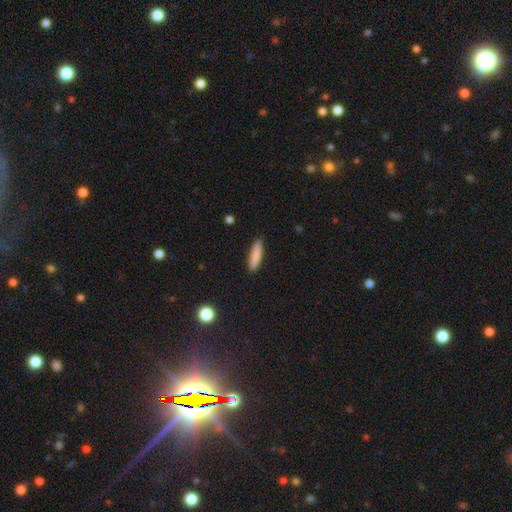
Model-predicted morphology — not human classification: Q: Smooth or featured?
A: smooth (85%); runner-up: featured or disk (8%)
Q: How rounded?
A: cigar-shaped (74%); runner-up: in between (25%)
Q: Merging?
A: none (88%); runner-up: minor disturbance (9%)